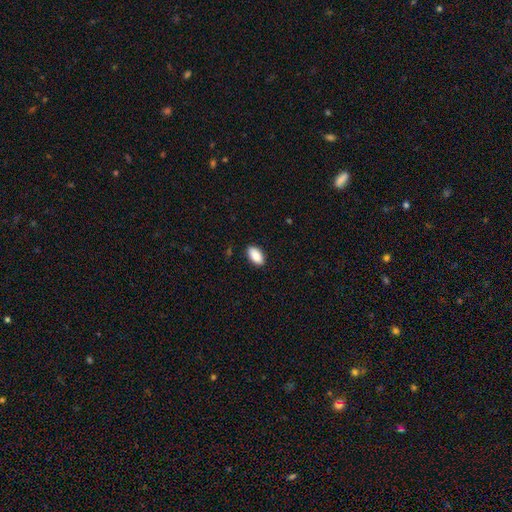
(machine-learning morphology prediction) Q: Smooth or featured?
A: smooth (89%); runner-up: star or artifact (7%)
Q: How rounded?
A: in between (94%); runner-up: round (3%)
Q: Merging?
A: none (88%); runner-up: minor disturbance (9%)